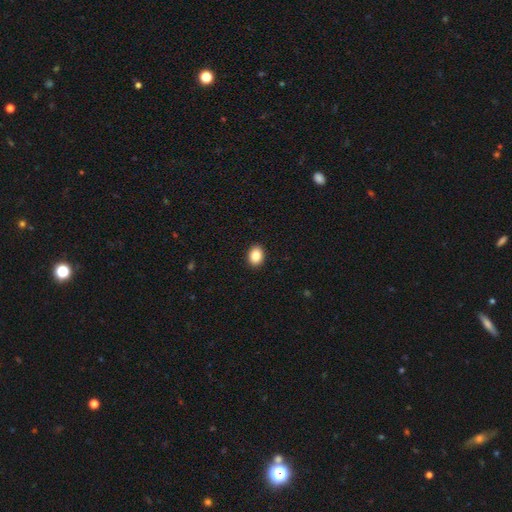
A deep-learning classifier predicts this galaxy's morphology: The model was most divided on "how rounded": in between: 64%, round: 35%, cigar-shaped: 1%. More confident: merging — none (92%); smooth or featured — smooth (87%).